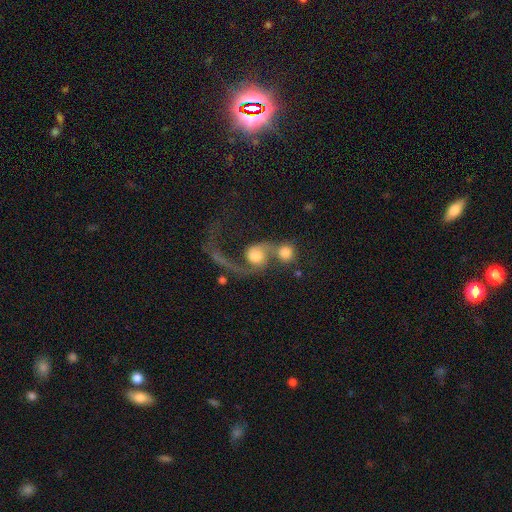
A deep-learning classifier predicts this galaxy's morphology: Smooth or featured? Predicted: featured or disk (p=0.62). Edge-on disk? Predicted: no (p=0.96). Bar? Predicted: no (p=0.72). Spiral arms? Predicted: yes (p=0.86). Spiral winding? Predicted: loose (p=0.83). Spiral arm count? Predicted: 2 (p=0.59). Bulge size? Predicted: moderate (p=0.38). Merging? Predicted: merger (p=0.65).